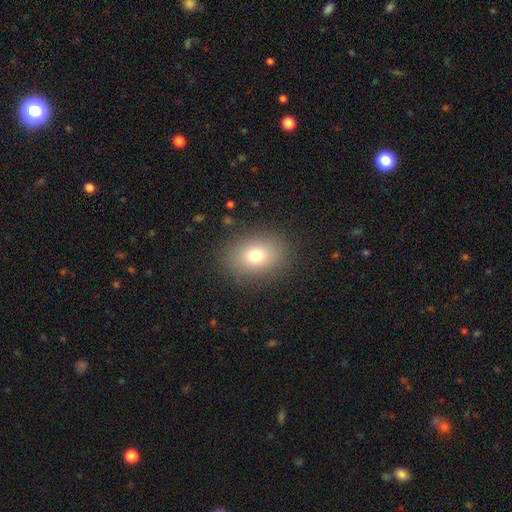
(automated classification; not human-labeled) This is likely a smooth galaxy (76%). How rounded: likely in between (60%). Merging: clearly none (87%).